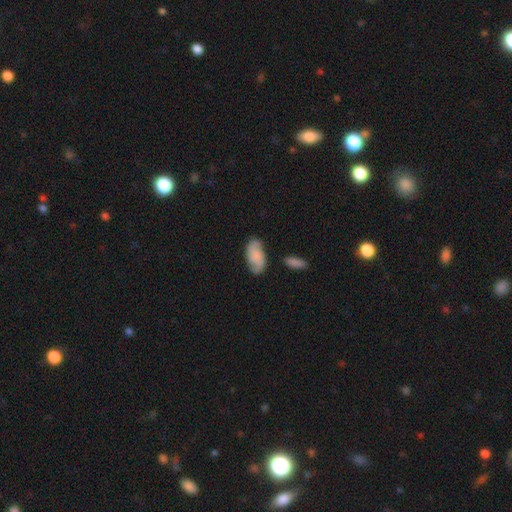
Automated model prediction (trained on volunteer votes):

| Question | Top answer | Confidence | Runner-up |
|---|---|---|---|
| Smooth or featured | smooth | 51% | featured or disk (42%) |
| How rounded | in between | 92% | round (4%) |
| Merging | none | 72% | minor disturbance (19%) |